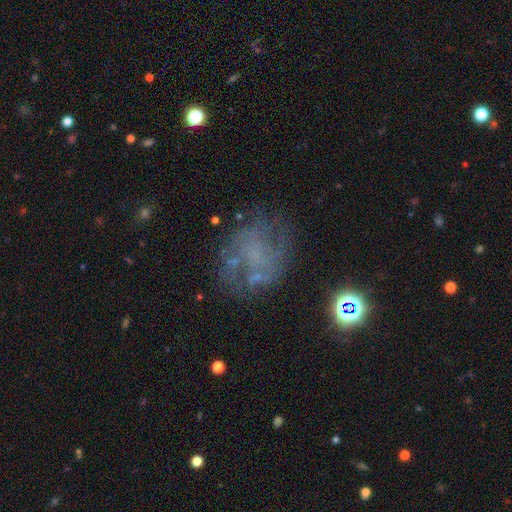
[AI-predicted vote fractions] A featured or disk galaxy (54%) with no bar (82%), no spiral arms (54%) and no central bulge (72%). Merging: none (61%).